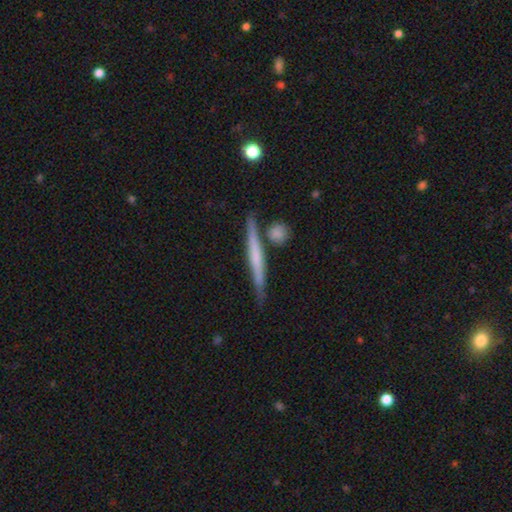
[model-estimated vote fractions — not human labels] Smooth or featured? featured or disk (53%)
Edge-on disk? yes (96%)
Edge-on bulge? none (65%)
Merging? none (80%)